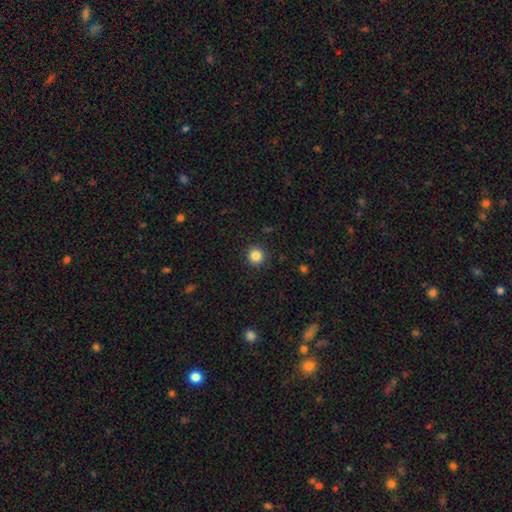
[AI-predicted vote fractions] Smooth or featured? smooth (85%)
How rounded? round (94%)
Merging? none (91%)